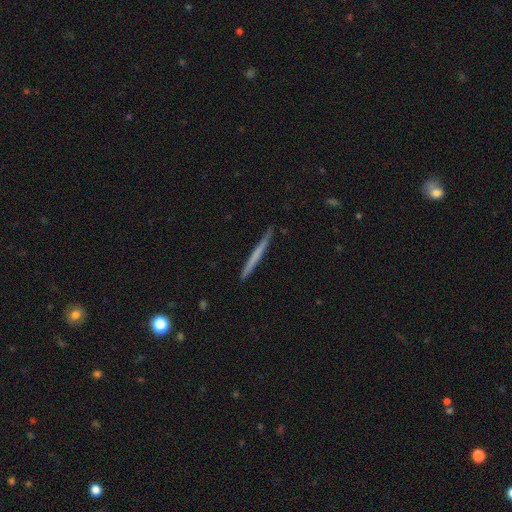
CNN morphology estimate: Smooth or featured?
  - smooth: 53% *
  - featured or disk: 41%
  - star or artifact: 5%
How rounded?
  - cigar-shaped: 97% *
  - in between: 2%
  - round: 1%
Merging?
  - none: 90% *
  - minor disturbance: 7%
  - major disturbance: 1%
  - merger: 1%